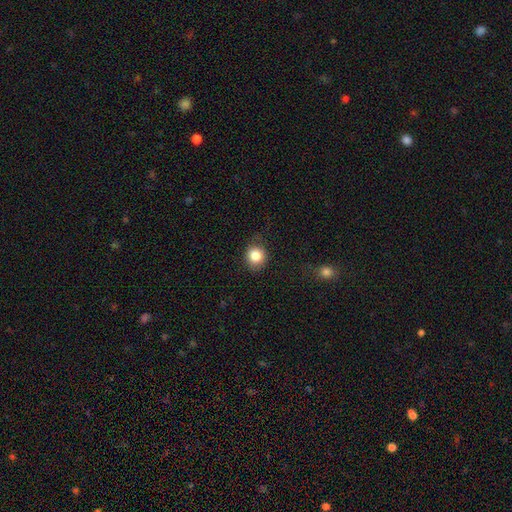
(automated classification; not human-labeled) Smooth or featured? Predicted: smooth (p=0.84). How rounded? Predicted: round (p=0.84). Merging? Predicted: none (p=0.79).